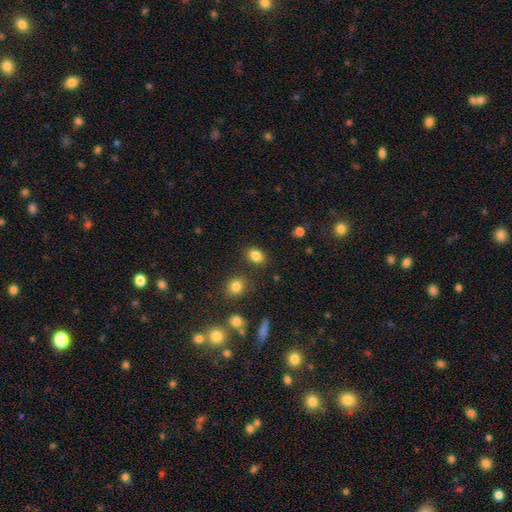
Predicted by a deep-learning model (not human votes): Smooth or featured?
  - smooth: 84% *
  - star or artifact: 10%
  - featured or disk: 5%
How rounded?
  - in between: 71% *
  - round: 28%
  - cigar-shaped: 1%
Merging?
  - none: 83% *
  - minor disturbance: 10%
  - merger: 4%
  - major disturbance: 3%